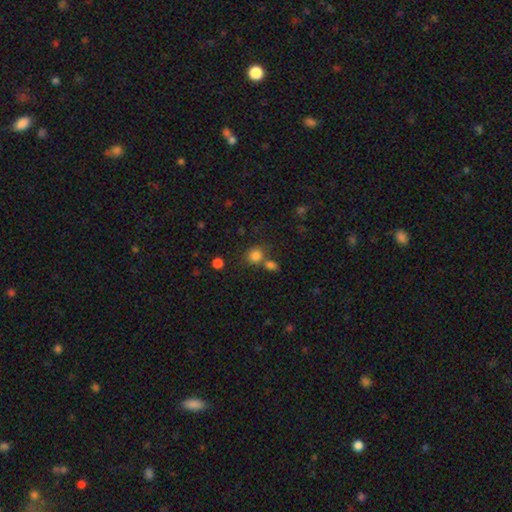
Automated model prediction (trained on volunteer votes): Morphology: type=smooth (82%); roundness=round (80%); merging=none (61%).